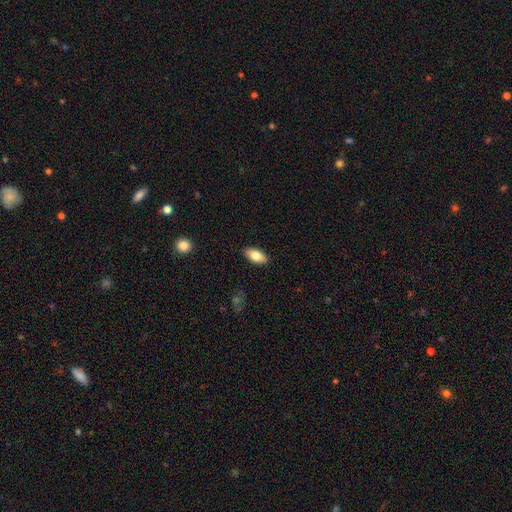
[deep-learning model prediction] A smooth galaxy with no disk features (79%) that is in between round and cigar-shaped (90%). Merging: none (89%).